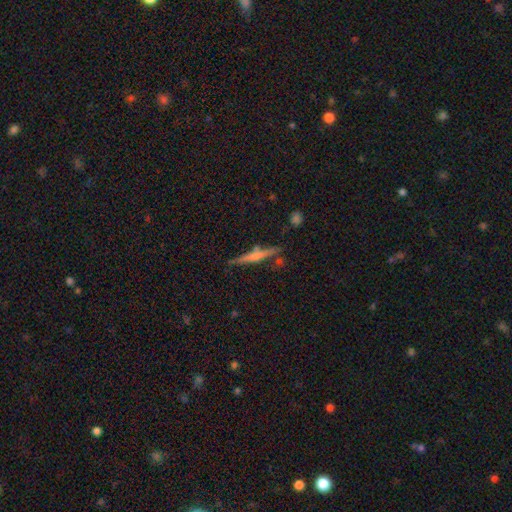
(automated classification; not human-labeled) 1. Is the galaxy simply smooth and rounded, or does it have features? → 55% featured or disk, 37% smooth, 8% star or artifact.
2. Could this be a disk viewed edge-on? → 96% yes, 4% no.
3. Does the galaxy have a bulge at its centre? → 50% rounded, 33% none, 18% boxy.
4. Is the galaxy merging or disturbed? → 79% none, 12% minor disturbance, 6% merger, 3% major disturbance.